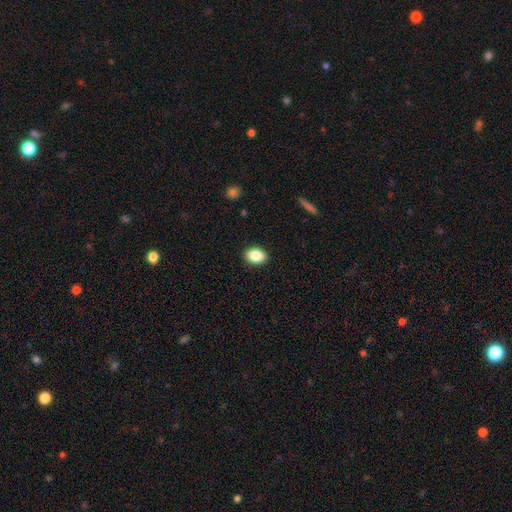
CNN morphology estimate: Smooth or featured: smooth — 86% (star or artifact — 8%)
How rounded: in between — 76% (round — 23%)
Merging: none — 91% (minor disturbance — 7%)